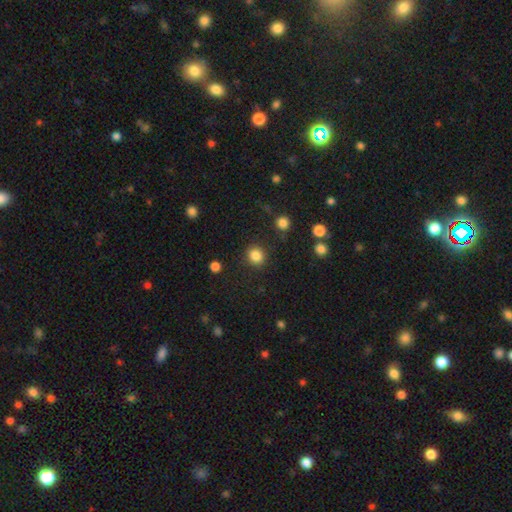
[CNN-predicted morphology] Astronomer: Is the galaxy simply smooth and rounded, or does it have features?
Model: smooth — 85%.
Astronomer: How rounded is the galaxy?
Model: round — 85%.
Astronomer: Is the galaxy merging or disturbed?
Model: none — 88%.